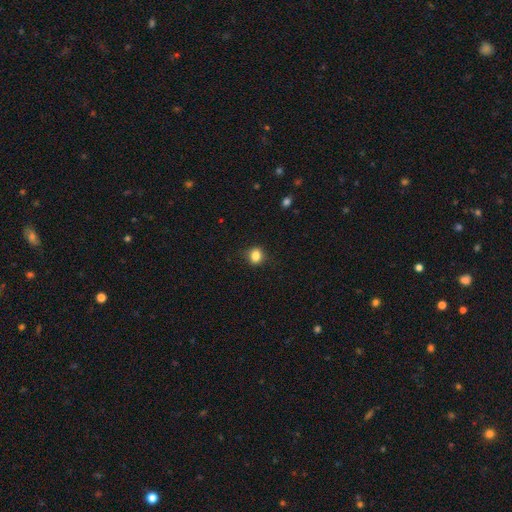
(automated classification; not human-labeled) Overall: smooth (84%). How rounded: round (63%; in between 36%). Merging: none (85%).